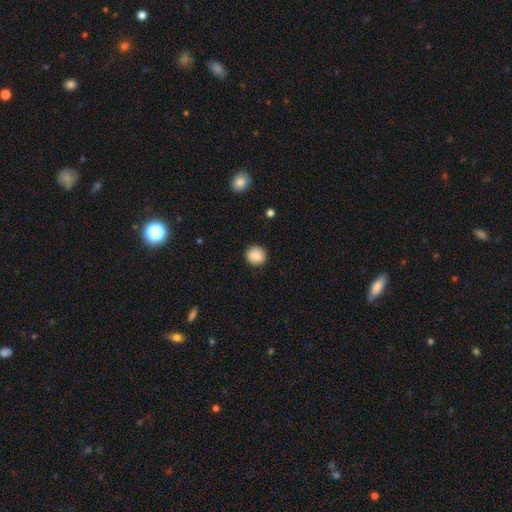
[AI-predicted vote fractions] A smooth galaxy with no disk features (87%) that is round (86%). Merging: none (89%).